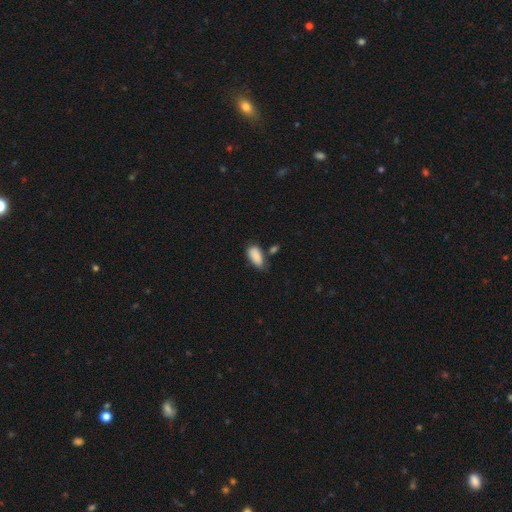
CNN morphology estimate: Smooth or featured? Predicted: smooth (p=0.88). How rounded? Predicted: in between (p=0.90). Merging? Predicted: none (p=0.57).